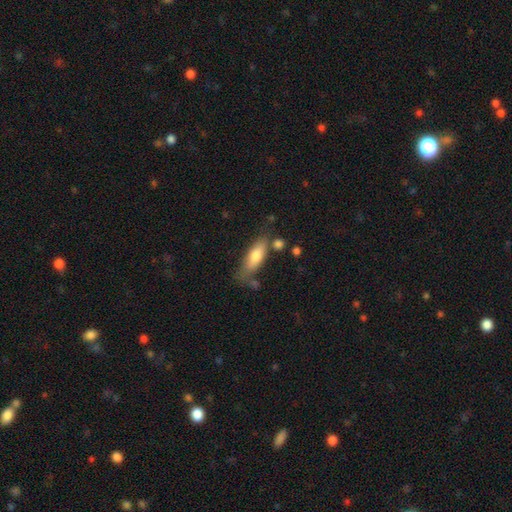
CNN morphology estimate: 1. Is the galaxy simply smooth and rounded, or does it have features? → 72% smooth, 22% featured or disk, 6% star or artifact.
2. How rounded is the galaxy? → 60% in between, 37% cigar-shaped, 3% round.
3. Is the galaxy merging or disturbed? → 62% none, 22% minor disturbance, 9% merger, 7% major disturbance.